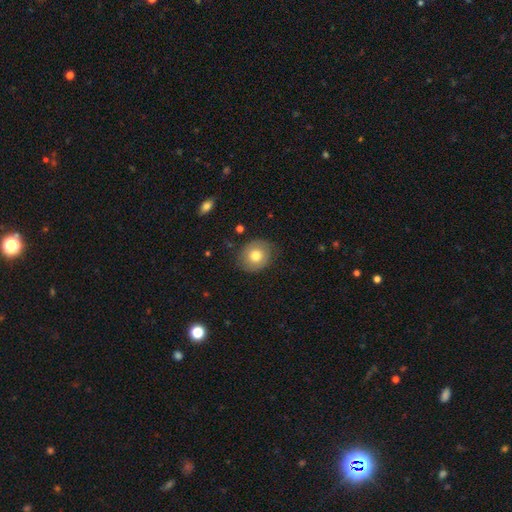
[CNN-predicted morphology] Smooth or featured? smooth (74%)
How rounded? round (75%)
Merging? none (82%)